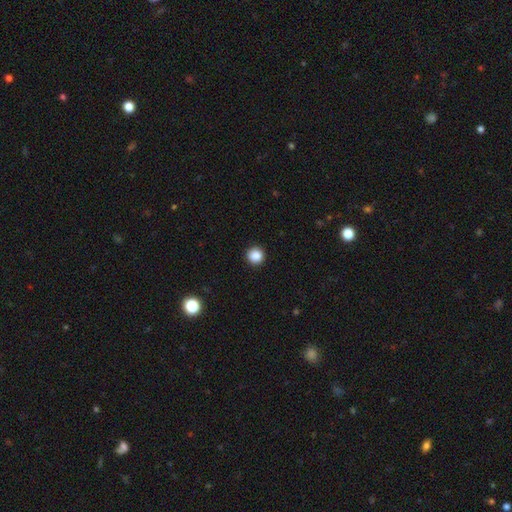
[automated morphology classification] This appears to be a smooth galaxy with no disk features (87%) that is round (95%). Merging: none (93%).